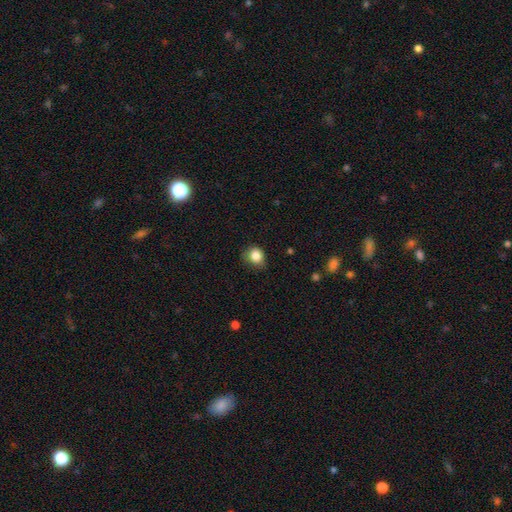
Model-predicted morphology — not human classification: type=smooth (84%); roundness=round (68%); merging=none (65%).